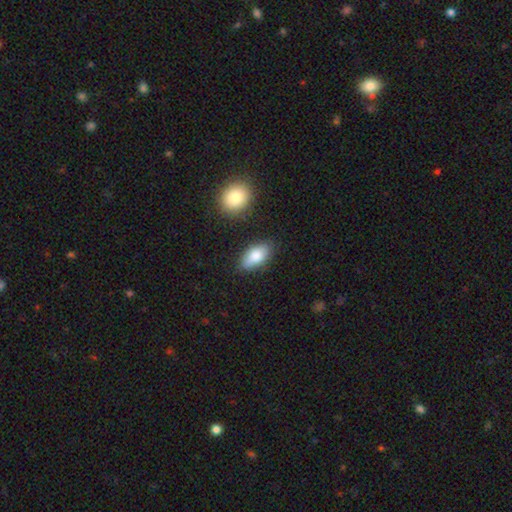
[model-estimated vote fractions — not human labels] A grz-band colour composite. It shows a smooth galaxy with no disk features (81%) that is in between round and cigar-shaped (90%). Merging: none (78%).